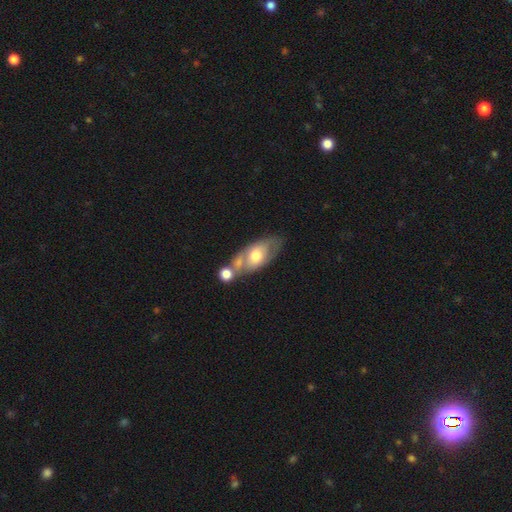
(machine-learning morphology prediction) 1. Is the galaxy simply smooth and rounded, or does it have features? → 50% smooth, 44% featured or disk, 6% star or artifact.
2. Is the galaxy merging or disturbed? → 39% merger, 37% none, 17% minor disturbance, 8% major disturbance.